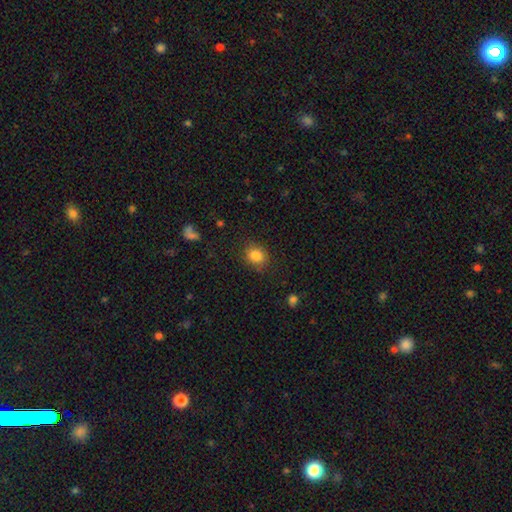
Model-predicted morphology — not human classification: This is clearly a smooth galaxy (84%). How rounded: likely round (64%). Merging: clearly none (83%).